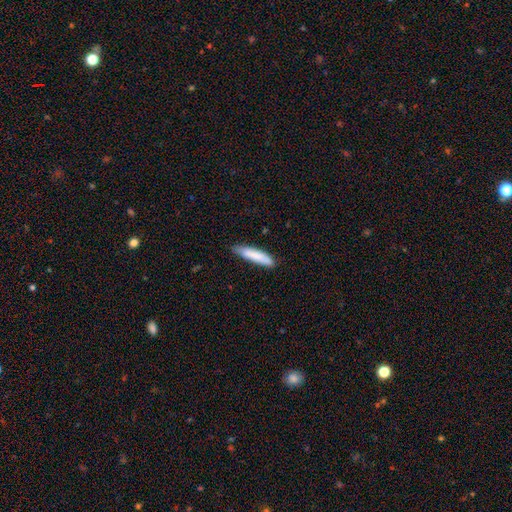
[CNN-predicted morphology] A smooth galaxy with no disk features (83%) that is cigar-shaped (80%).

Vote fractions:
- Smooth or featured? smooth: 83% / featured or disk: 12% / star or artifact: 6%
- How rounded? cigar-shaped: 80% / in between: 19% / round: 1%
- Merging? none: 76% / minor disturbance: 20% / major disturbance: 3% / merger: 2%